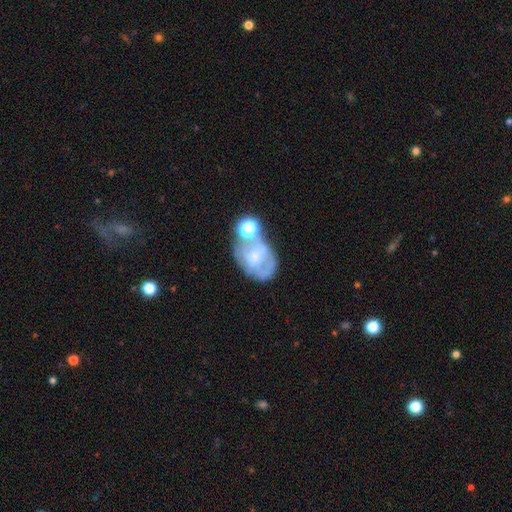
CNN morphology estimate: type=featured or disk (59%); edge-on=no (97%); bar=no (67%); spiral arms=no (53%); bulge=small (52%); merging=none (35%).